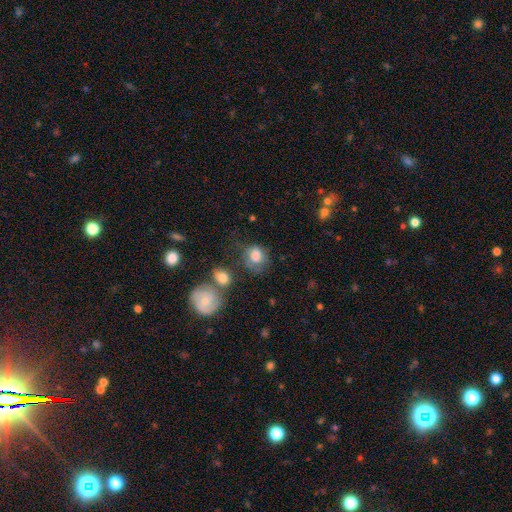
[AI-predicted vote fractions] smooth_or_featured: smooth (p=0.70) [alt: featured or disk p=0.20]
how_rounded: round (p=0.55) [alt: in between p=0.44]
merging: none (p=0.44) [alt: minor disturbance p=0.26]